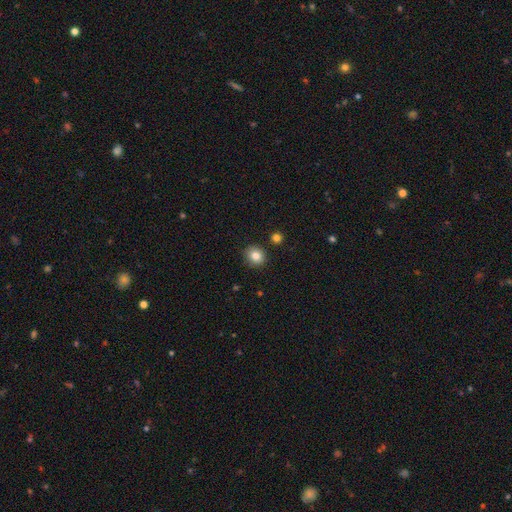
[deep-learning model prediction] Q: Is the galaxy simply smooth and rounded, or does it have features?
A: smooth — 84%.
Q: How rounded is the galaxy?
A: round — 83%.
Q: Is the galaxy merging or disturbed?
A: none — 88%.